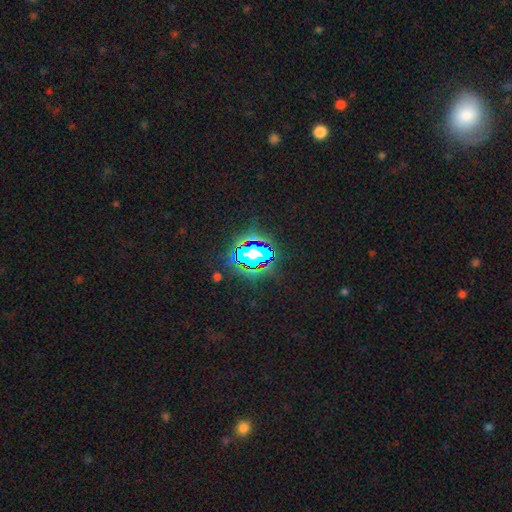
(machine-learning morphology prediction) smooth_or_featured: star or artifact (p=0.81) [alt: smooth p=0.12]